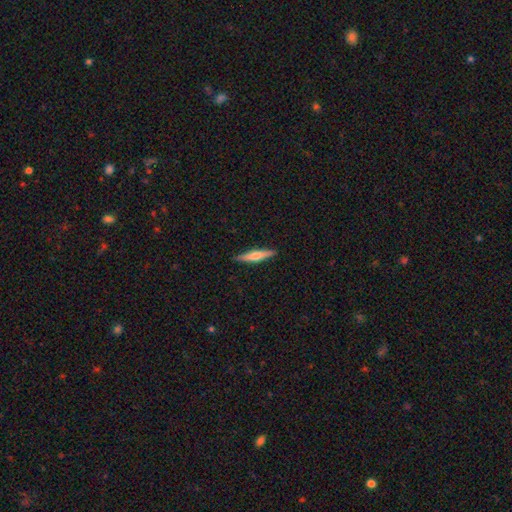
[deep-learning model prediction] This appears to be a featured or disk galaxy (48%). Merging: none (90%).